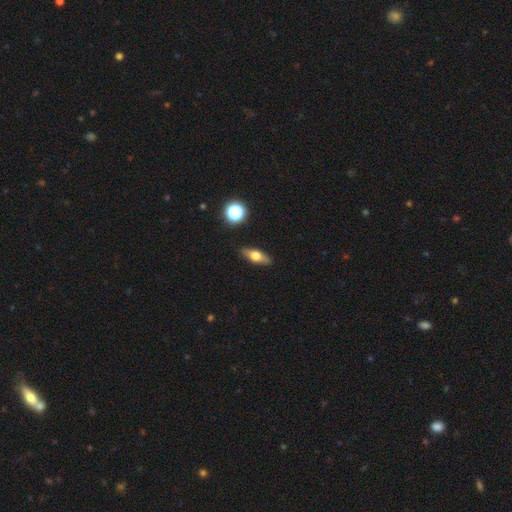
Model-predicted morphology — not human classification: A smooth galaxy with no disk features (55%) that is in between round and cigar-shaped (61%).

Vote fractions:
- Smooth or featured? smooth: 55% / featured or disk: 37% / star or artifact: 9%
- How rounded? in between: 61% / cigar-shaped: 31% / round: 8%
- Merging? none: 88% / minor disturbance: 8% / major disturbance: 2% / merger: 1%